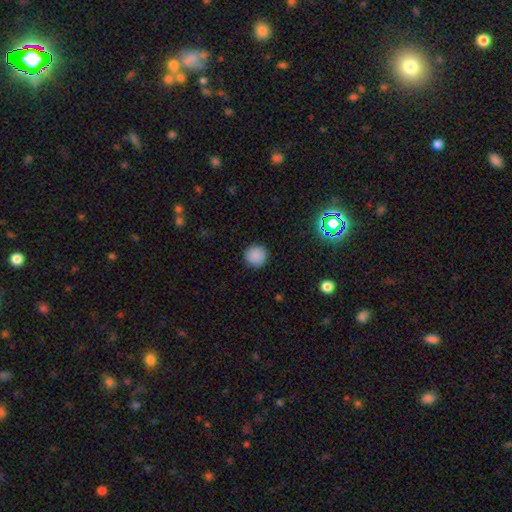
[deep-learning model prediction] Smooth or featured? Predicted: smooth (p=0.85). How rounded? Predicted: round (p=0.93). Merging? Predicted: none (p=0.87).